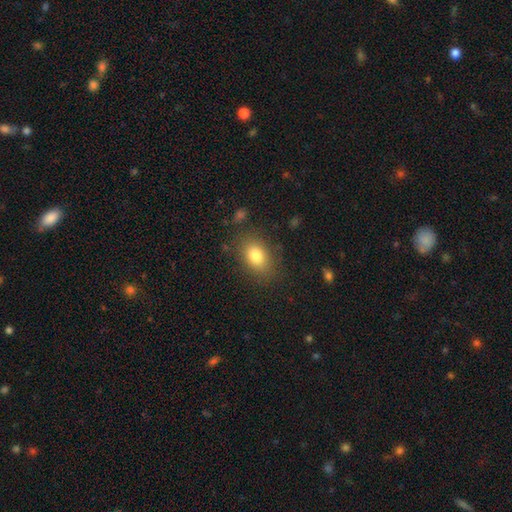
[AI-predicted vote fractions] smooth 81%, featured or disk 10%, star or artifact 9%. Down the decision tree: how rounded — in between (81%); merging — none (81%).